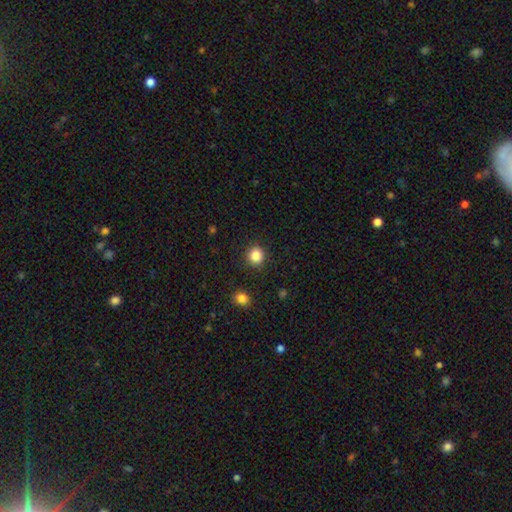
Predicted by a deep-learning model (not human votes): A smooth galaxy with no disk features (85%) that is round (90%).

Vote fractions:
- Smooth or featured? smooth: 85% / star or artifact: 11% / featured or disk: 4%
- How rounded? round: 90% / in between: 9% / cigar-shaped: 1%
- Merging? none: 91% / minor disturbance: 6% / major disturbance: 2% / merger: 1%